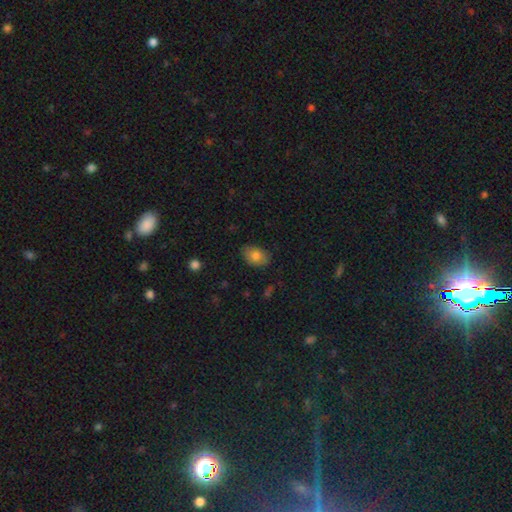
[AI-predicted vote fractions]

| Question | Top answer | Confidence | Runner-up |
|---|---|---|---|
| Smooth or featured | smooth | 79% | featured or disk (12%) |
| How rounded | in between | 81% | round (18%) |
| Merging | none | 77% | minor disturbance (19%) |